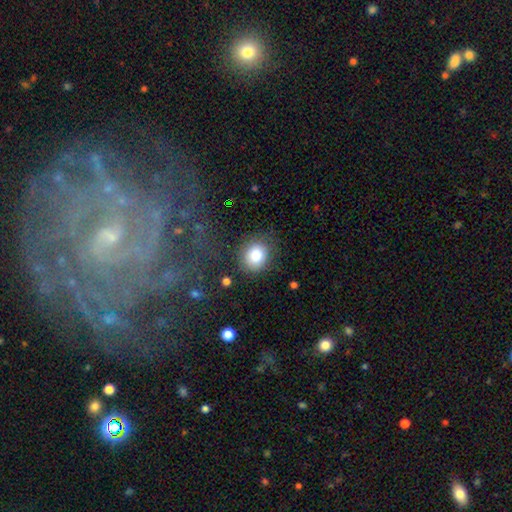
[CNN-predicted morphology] Smooth or featured: smooth — 85% (star or artifact — 9%)
How rounded: round — 69% (in between — 30%)
Merging: none — 78% (minor disturbance — 15%)